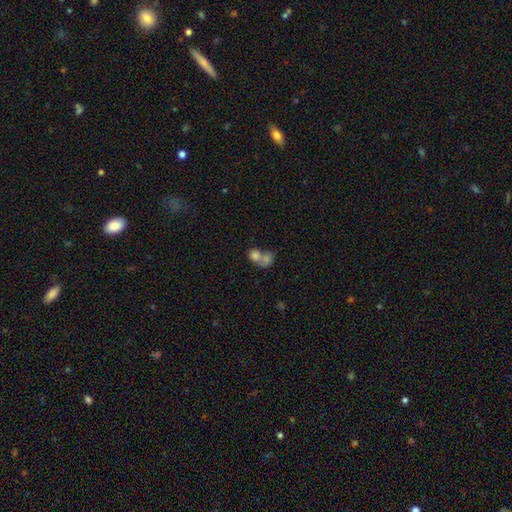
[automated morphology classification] Smooth or featured? Predicted: smooth (p=0.76). How rounded? Predicted: round (p=0.52). Merging? Predicted: merger (p=0.72).